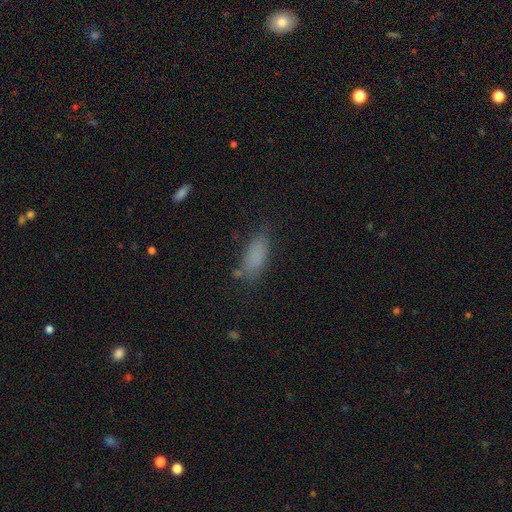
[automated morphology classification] Smooth or featured?
  - smooth: 81% *
  - star or artifact: 11%
  - featured or disk: 8%
How rounded?
  - in between: 80% *
  - cigar-shaped: 18%
  - round: 3%
Merging?
  - none: 66% *
  - minor disturbance: 21%
  - major disturbance: 9%
  - merger: 3%